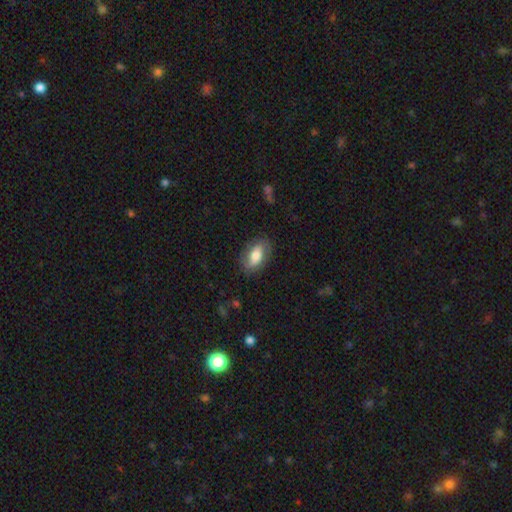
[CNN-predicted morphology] Overall: smooth (64%; featured or disk 29%). How rounded: in between (88%). Merging: none (79%).